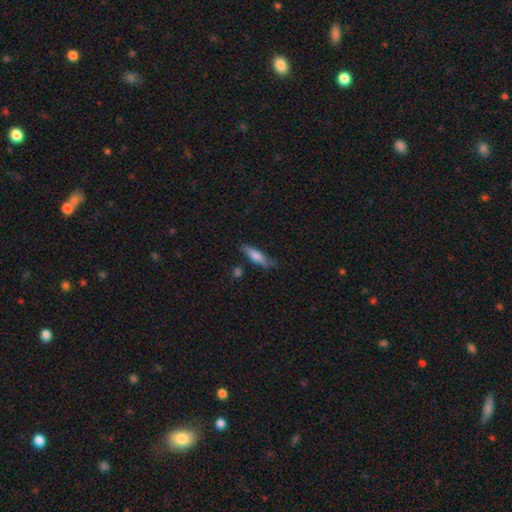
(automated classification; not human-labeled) smooth_or_featured: smooth (p=0.74) [alt: featured or disk p=0.20]
how_rounded: cigar-shaped (p=0.65) [alt: in between p=0.33]
merging: none (p=0.70) [alt: minor disturbance p=0.21]